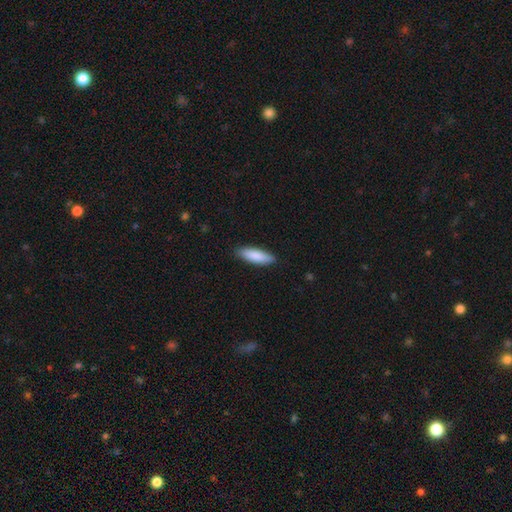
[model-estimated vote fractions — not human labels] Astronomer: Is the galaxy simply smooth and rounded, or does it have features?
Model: smooth — 86%.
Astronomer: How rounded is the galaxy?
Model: cigar-shaped — 53% (runner-up: in between, 46%).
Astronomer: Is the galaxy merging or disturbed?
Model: none — 87%.